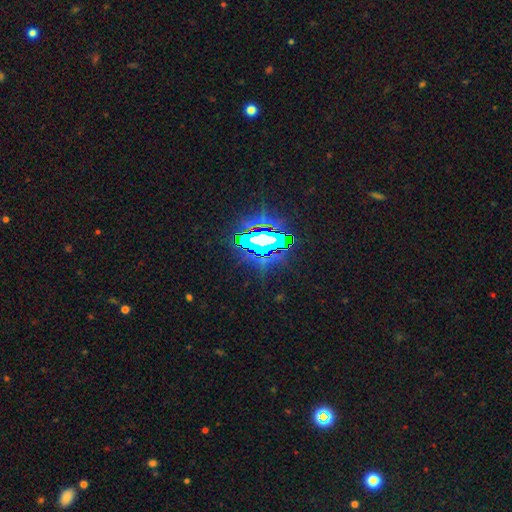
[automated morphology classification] type=star or artifact (85%).